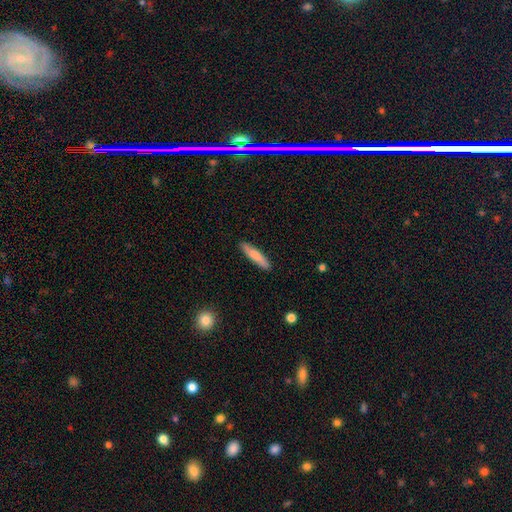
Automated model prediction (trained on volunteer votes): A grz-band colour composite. It shows a smooth galaxy with no disk features (77%) that is cigar-shaped (86%). Merging: none (89%).